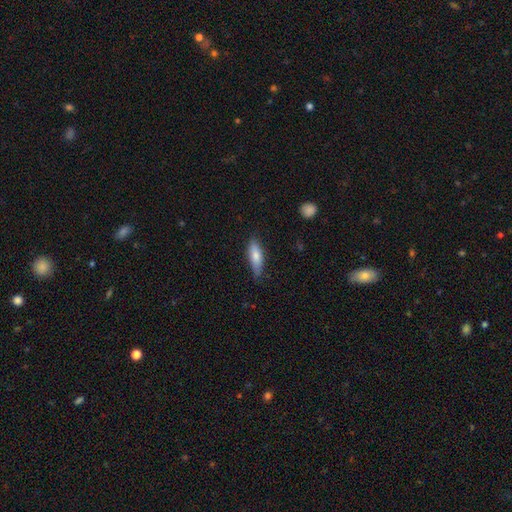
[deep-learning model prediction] This is likely a smooth galaxy (77%). How rounded: possibly in between (54%). Merging: likely none (78%).